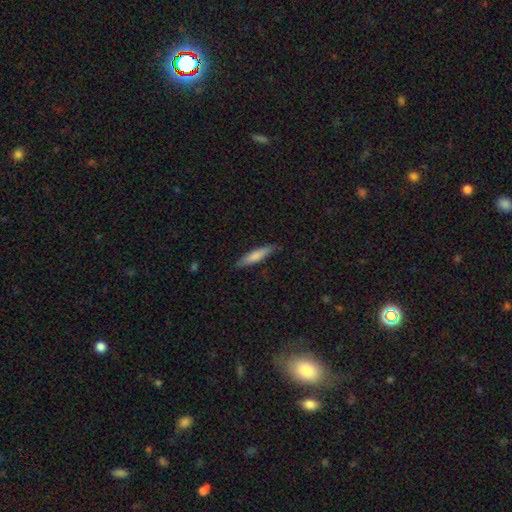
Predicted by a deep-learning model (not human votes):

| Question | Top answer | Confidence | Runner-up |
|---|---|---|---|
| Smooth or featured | smooth | 77% | featured or disk (18%) |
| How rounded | cigar-shaped | 82% | in between (16%) |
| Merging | none | 86% | minor disturbance (11%) |